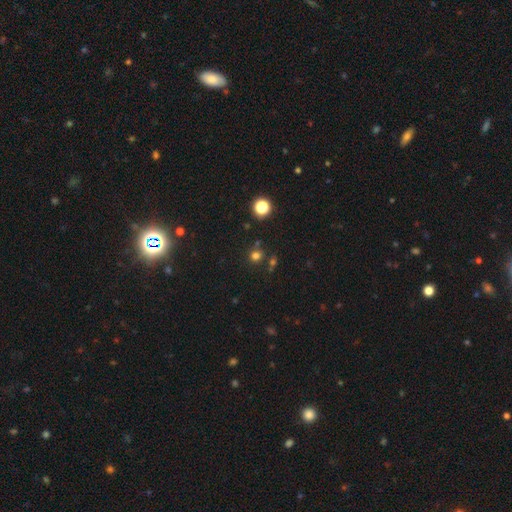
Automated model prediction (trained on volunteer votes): Smooth or featured: smooth — 72% (star or artifact — 22%)
How rounded: round — 90% (in between — 9%)
Merging: none — 77% (merger — 12%)